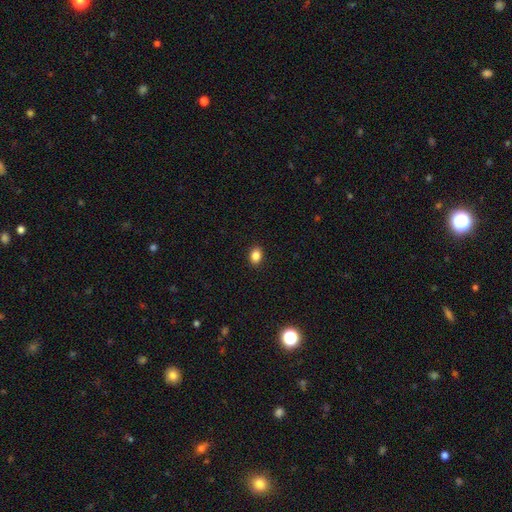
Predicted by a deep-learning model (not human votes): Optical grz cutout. It shows a smooth galaxy with no disk features (86%) that is in between round and cigar-shaped (70%). Merging: none (91%).